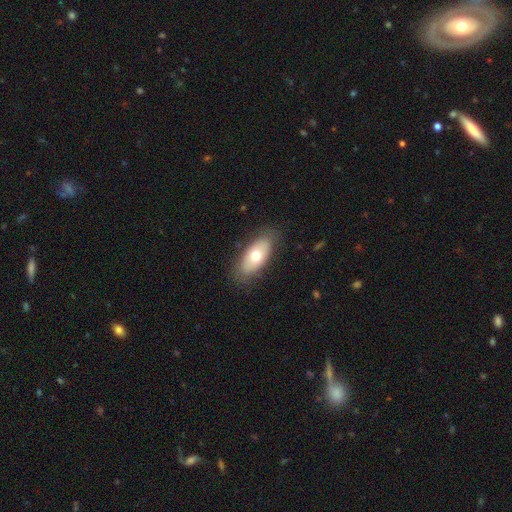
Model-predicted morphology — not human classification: Smooth or featured: smooth — 67% (featured or disk — 26%)
How rounded: in between — 88% (cigar-shaped — 9%)
Merging: none — 83% (minor disturbance — 13%)